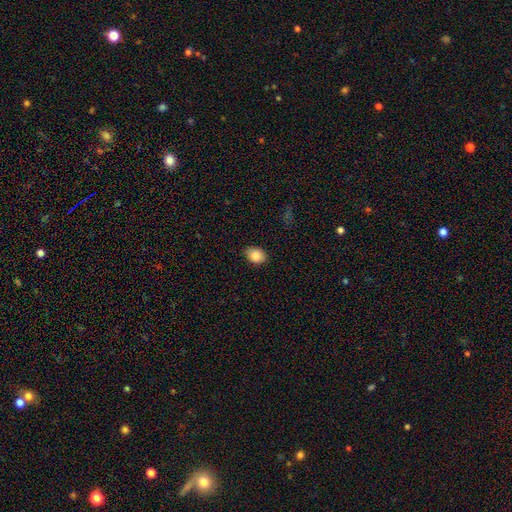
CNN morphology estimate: Smooth or featured?
  - smooth: 87% *
  - star or artifact: 8%
  - featured or disk: 5%
How rounded?
  - in between: 64% *
  - round: 35%
  - cigar-shaped: 1%
Merging?
  - none: 82% *
  - minor disturbance: 15%
  - major disturbance: 3%
  - merger: 1%